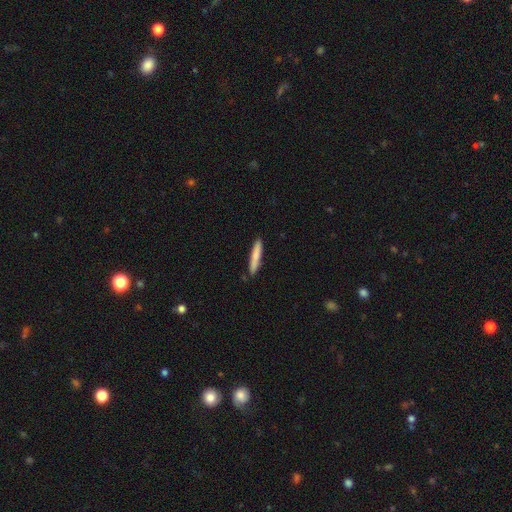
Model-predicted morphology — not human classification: smooth 79%, featured or disk 15%, star or artifact 5%. Down the decision tree: how rounded — cigar-shaped (94%); merging — none (89%).